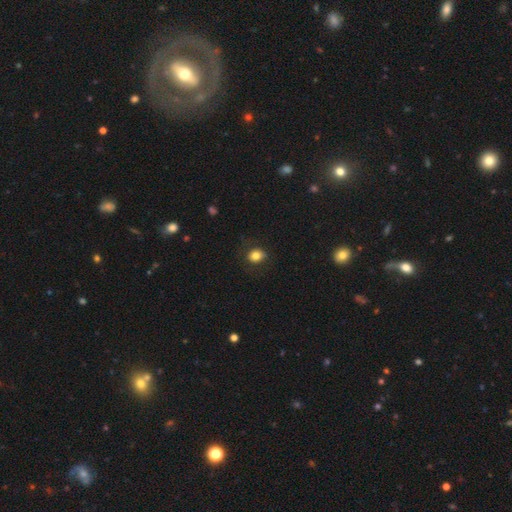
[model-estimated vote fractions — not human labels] smooth-or-featured: smooth: 80% | star or artifact: 11% | featured or disk: 9%
  how-rounded: round: 62% | in between: 37% | cigar-shaped: 1%
  merging: none: 77% | minor disturbance: 16% | major disturbance: 6% | merger: 1%